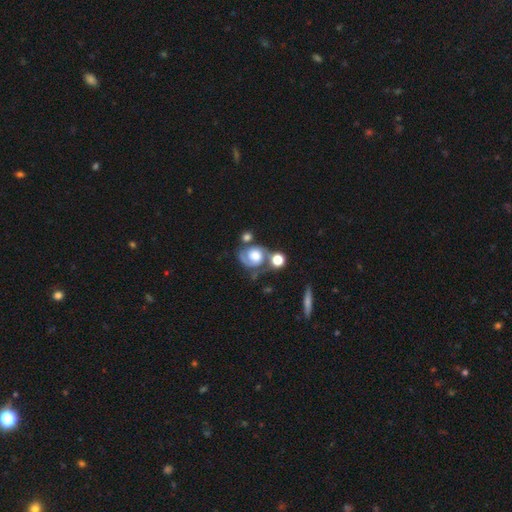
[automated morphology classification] Q: Smooth or featured?
A: featured or disk (72%); runner-up: smooth (21%)
Q: Edge-on disk?
A: no (97%); runner-up: yes (3%)
Q: Bar?
A: no (75%); runner-up: weak (20%)
Q: Spiral arms?
A: yes (87%); runner-up: no (13%)
Q: Spiral winding?
A: tight (52%); runner-up: medium (36%)
Q: Spiral arm count?
A: 2 (65%); runner-up: 1 (21%)
Q: Bulge size?
A: large (51%); runner-up: moderate (26%)
Q: Merging?
A: none (44%); runner-up: merger (24%)